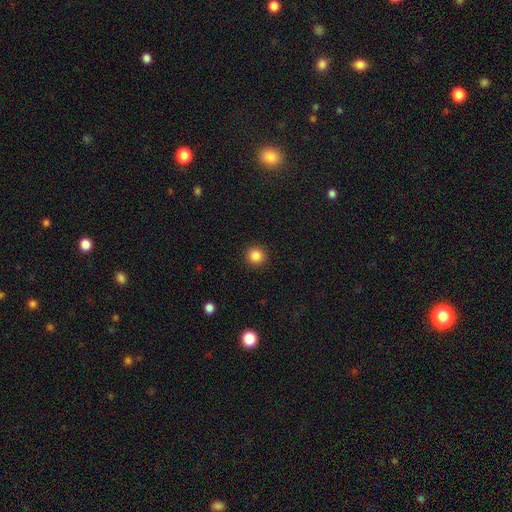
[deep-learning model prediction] A smooth galaxy with no disk features (86%) that is round (94%). Merging: none (92%).